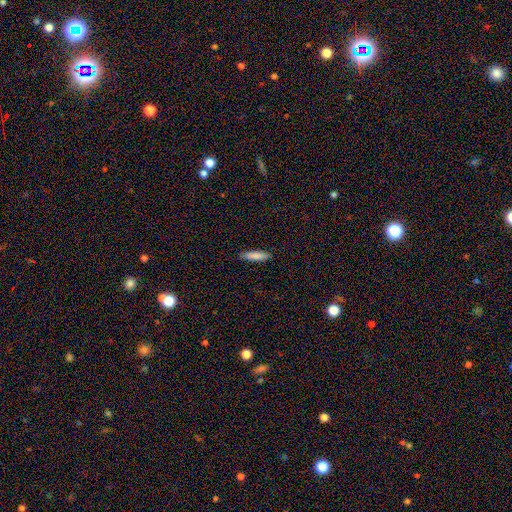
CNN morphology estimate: smooth_or_featured: smooth (p=0.85) [alt: featured or disk p=0.09]
how_rounded: cigar-shaped (p=0.77) [alt: in between p=0.22]
merging: none (p=0.89) [alt: minor disturbance p=0.09]